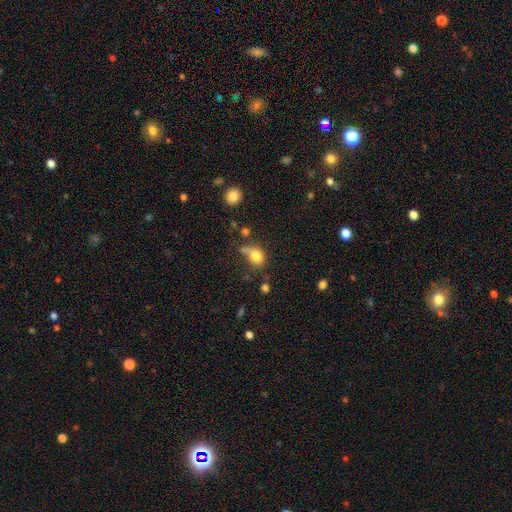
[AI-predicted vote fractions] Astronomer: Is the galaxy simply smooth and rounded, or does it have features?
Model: smooth — 79%.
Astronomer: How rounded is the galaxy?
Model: in between — 53% (runner-up: round, 45%).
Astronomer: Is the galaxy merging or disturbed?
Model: none — 40% (runner-up: minor disturbance, 24%).